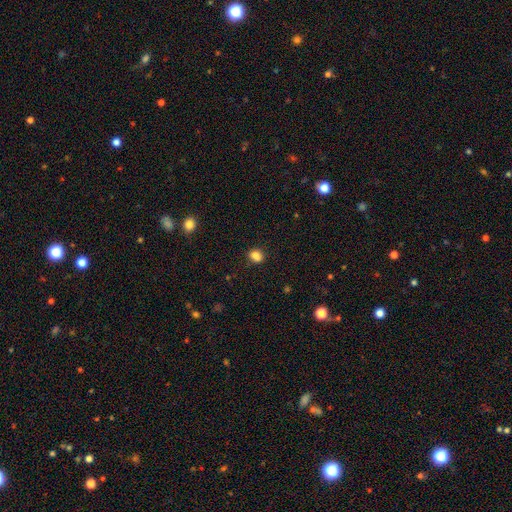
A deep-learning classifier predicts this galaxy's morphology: Smooth or featured: smooth — 82% (star or artifact — 12%)
How rounded: round — 58% (in between — 41%)
Merging: none — 72% (minor disturbance — 15%)